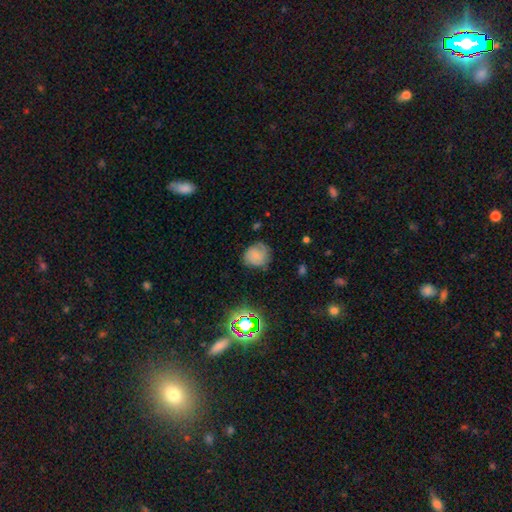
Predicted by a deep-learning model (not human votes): Smooth or featured? Predicted: smooth (p=0.60). How rounded? Predicted: round (p=0.78). Merging? Predicted: none (p=0.65).